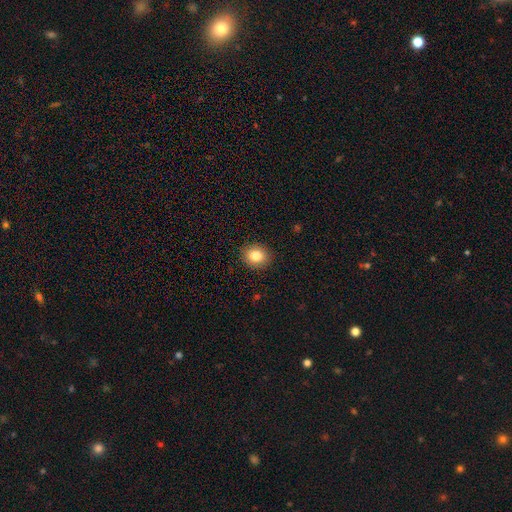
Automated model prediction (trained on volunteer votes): Smooth or featured? Predicted: smooth (p=0.82). How rounded? Predicted: round (p=0.67). Merging? Predicted: none (p=0.90).